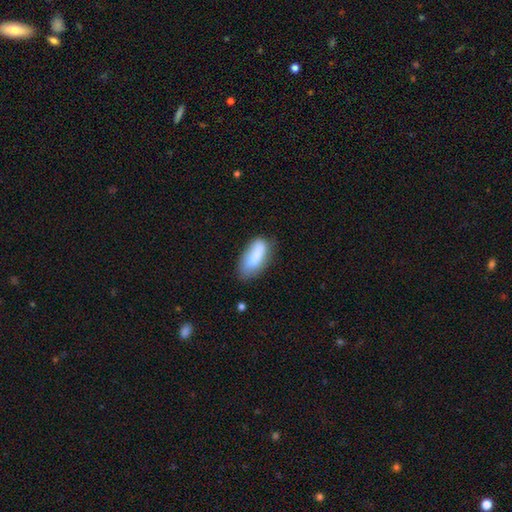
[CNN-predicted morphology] This appears to be a smooth galaxy with no disk features (79%) that is in between round and cigar-shaped (75%). Merging: none (61%).